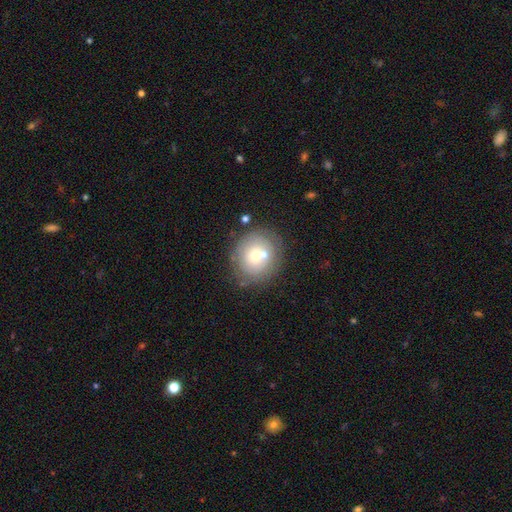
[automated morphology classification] Smooth or featured?
  - smooth: 60% *
  - featured or disk: 29%
  - star or artifact: 10%
How rounded?
  - round: 84% *
  - in between: 15%
  - cigar-shaped: 1%
Merging?
  - none: 66% *
  - merger: 17%
  - minor disturbance: 13%
  - major disturbance: 5%